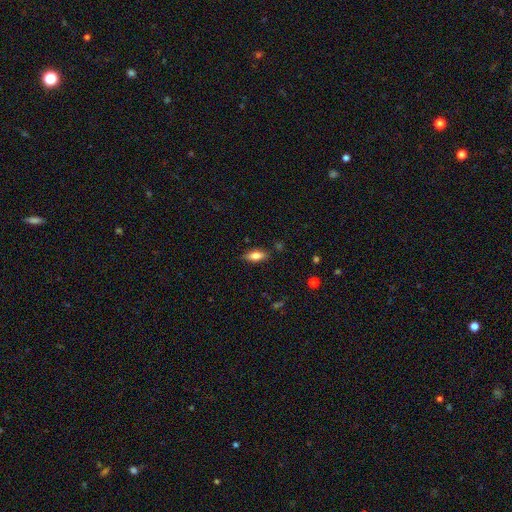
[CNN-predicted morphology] Q: Smooth or featured?
A: smooth (73%); runner-up: featured or disk (19%)
Q: How rounded?
A: in between (73%); runner-up: cigar-shaped (24%)
Q: Merging?
A: none (83%); runner-up: minor disturbance (12%)